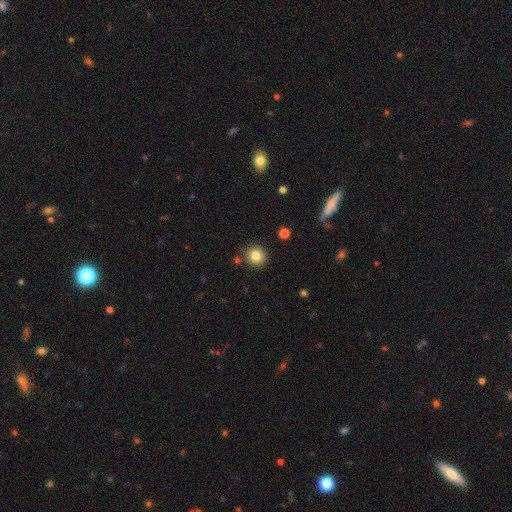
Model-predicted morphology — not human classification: This is clearly a smooth galaxy (83%). How rounded: clearly round (91%). Merging: clearly none (85%).